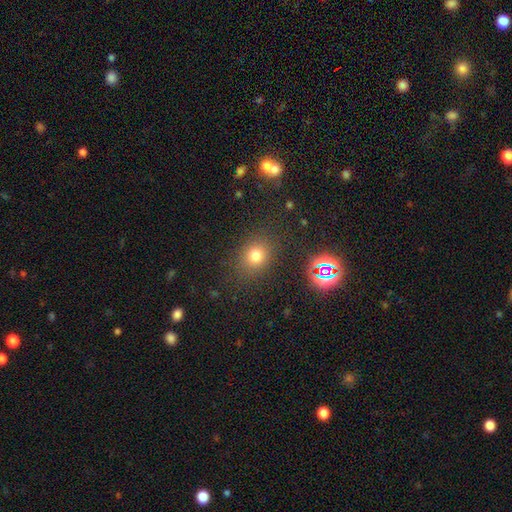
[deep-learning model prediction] This is likely a smooth galaxy (73%). How rounded: likely round (62%). Merging: clearly none (82%).